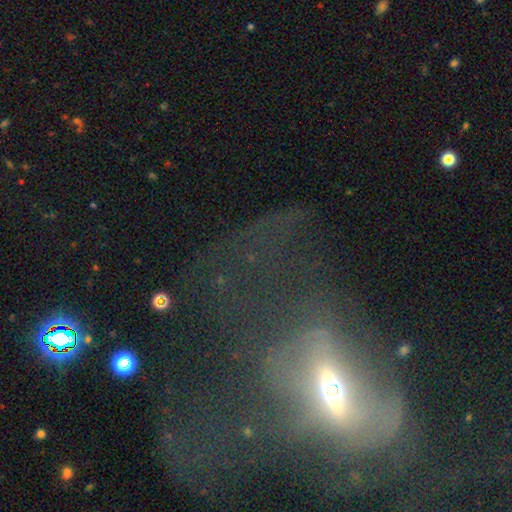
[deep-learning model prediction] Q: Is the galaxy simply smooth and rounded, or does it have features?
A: featured or disk — 54%.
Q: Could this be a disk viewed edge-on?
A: no — 72%.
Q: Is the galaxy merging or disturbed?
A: major disturbance — 55%.